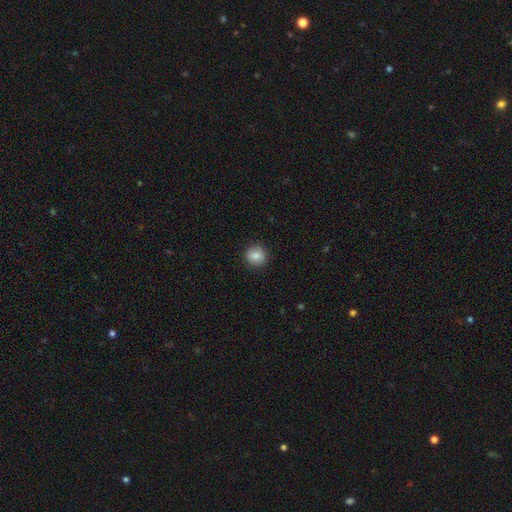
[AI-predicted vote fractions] A smooth galaxy with no disk features (85%) that is round (89%). Merging: none (90%).